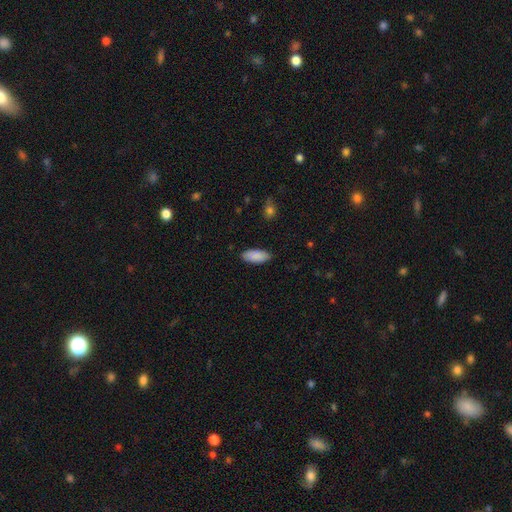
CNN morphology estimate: This appears to be a smooth galaxy with no disk features (89%) that is in between round and cigar-shaped (84%). Merging: none (86%).